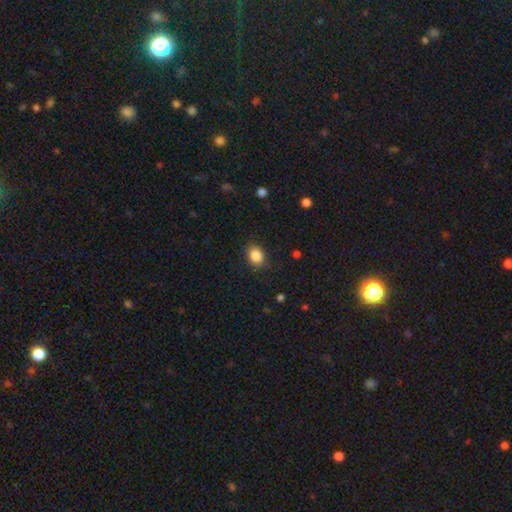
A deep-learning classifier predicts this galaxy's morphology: smooth_or_featured: smooth (p=0.86) [alt: star or artifact p=0.09]
how_rounded: in between (p=0.60) [alt: round p=0.39]
merging: none (p=0.85) [alt: minor disturbance p=0.11]